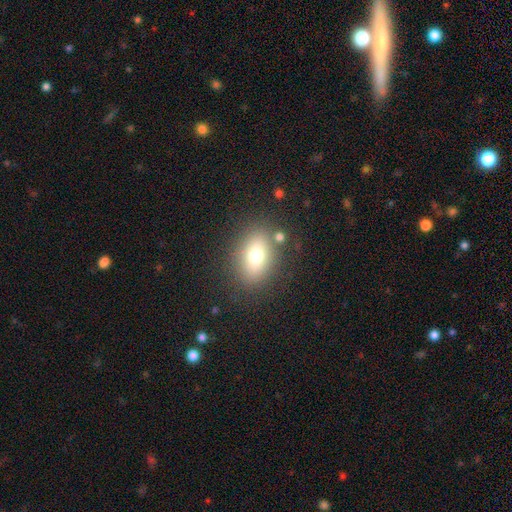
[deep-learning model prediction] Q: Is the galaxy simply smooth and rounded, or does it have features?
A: smooth — 73%.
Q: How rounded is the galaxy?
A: in between — 78%.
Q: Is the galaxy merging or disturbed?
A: none — 80%.